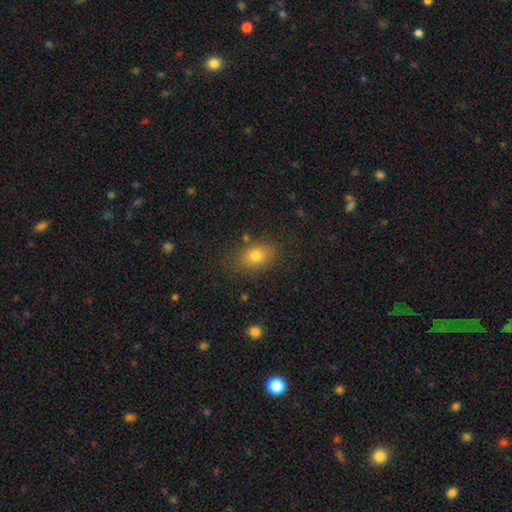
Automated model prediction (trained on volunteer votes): Overall: smooth (79%). How rounded: in between (71%). Merging: none (78%).